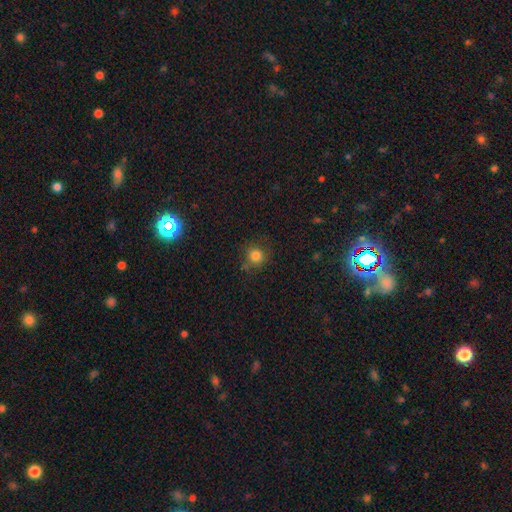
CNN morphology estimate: Smooth or featured: smooth — 81% (star or artifact — 13%)
How rounded: round — 91% (in between — 8%)
Merging: none — 78% (minor disturbance — 13%)